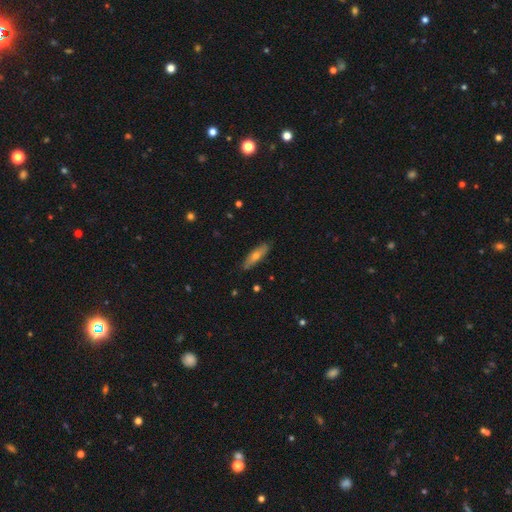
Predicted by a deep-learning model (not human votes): Smooth or featured? smooth (53%)
How rounded? cigar-shaped (68%)
Merging? none (86%)